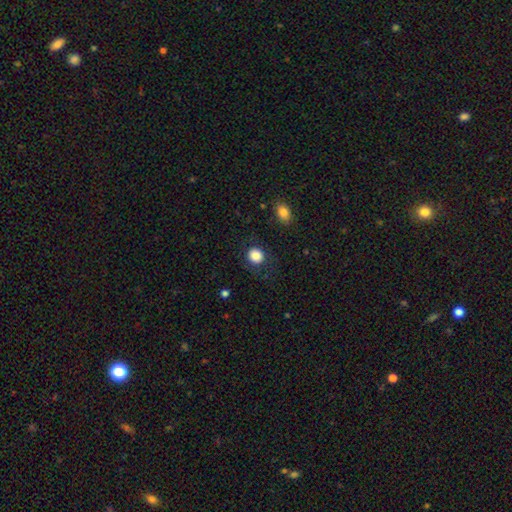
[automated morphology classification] smooth 87%, star or artifact 8%, featured or disk 5%. Down the decision tree: how rounded — round (81%); merging — none (82%).